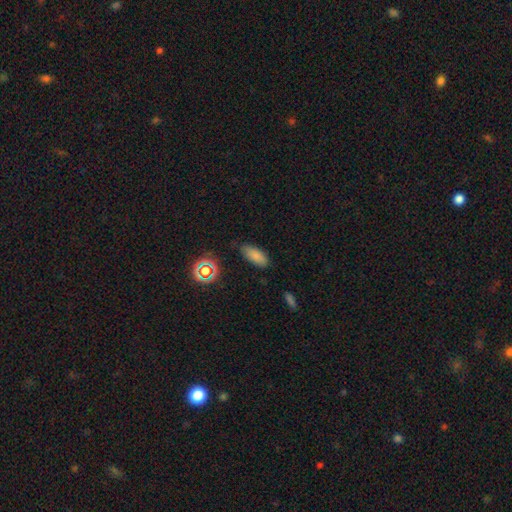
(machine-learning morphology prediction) smooth_or_featured: smooth (p=0.81) [alt: star or artifact p=0.12]
how_rounded: in between (p=0.82) [alt: cigar-shaped p=0.15]
merging: none (p=0.80) [alt: minor disturbance p=0.15]